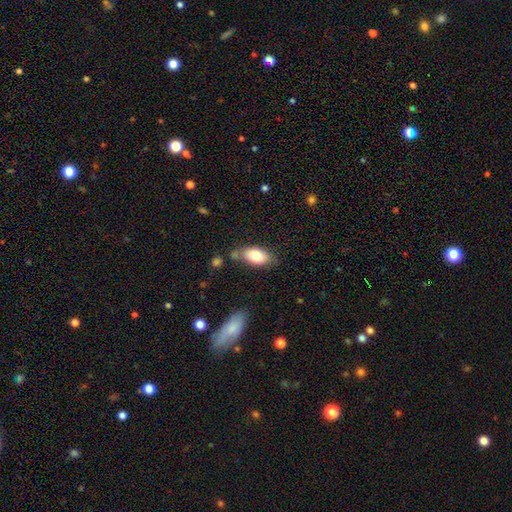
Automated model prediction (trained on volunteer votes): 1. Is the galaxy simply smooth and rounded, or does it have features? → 80% smooth, 13% featured or disk, 6% star or artifact.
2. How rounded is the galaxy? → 91% in between, 6% cigar-shaped, 3% round.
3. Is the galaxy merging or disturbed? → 64% none, 22% minor disturbance, 8% merger, 6% major disturbance.